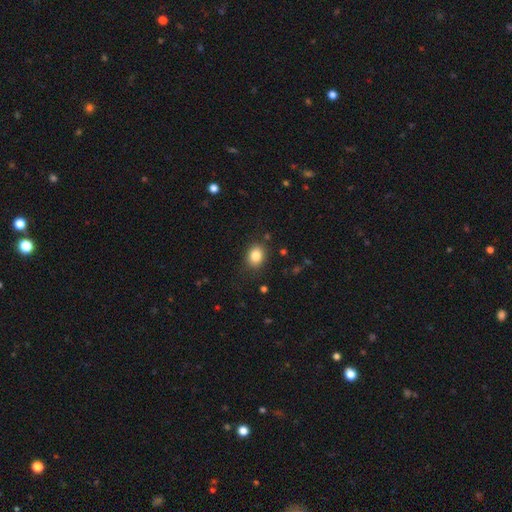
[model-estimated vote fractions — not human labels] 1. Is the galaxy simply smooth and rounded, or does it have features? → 84% smooth, 9% star or artifact, 6% featured or disk.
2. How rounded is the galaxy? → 55% in between, 44% round, 1% cigar-shaped.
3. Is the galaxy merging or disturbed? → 85% none, 10% minor disturbance, 3% major disturbance, 1% merger.